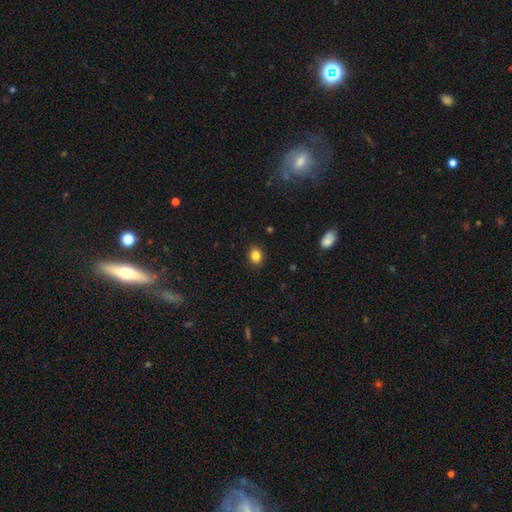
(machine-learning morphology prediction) A smooth galaxy with no disk features (85%) that is in between round and cigar-shaped (53%). Merging: none (90%).